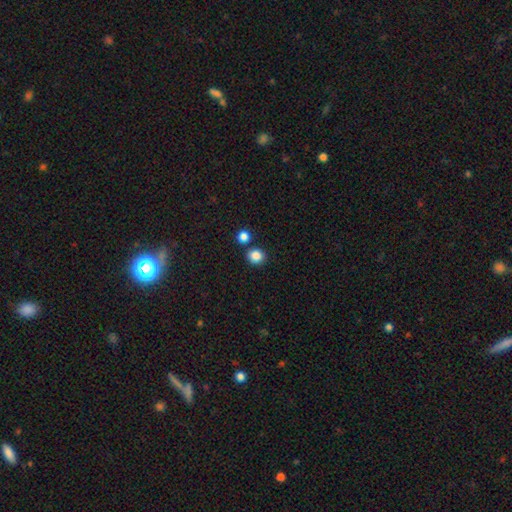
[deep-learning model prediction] The model was most divided on "how rounded": round: 82%, in between: 17%, cigar-shaped: 1%. More confident: smooth or featured — smooth (86%); merging — none (81%).